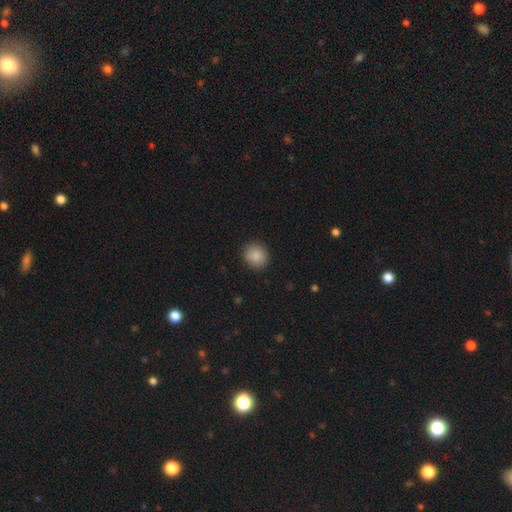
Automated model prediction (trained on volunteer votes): Morphology: type=smooth (87%); roundness=round (82%); merging=none (90%).